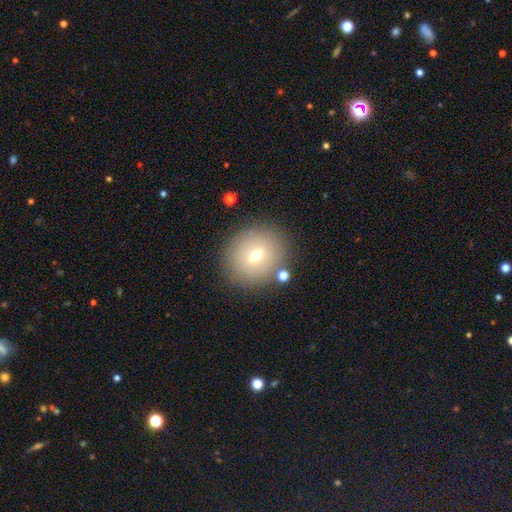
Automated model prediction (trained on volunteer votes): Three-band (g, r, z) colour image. It shows a smooth galaxy with no disk features (66%) that is round (86%). Merging: none (83%).